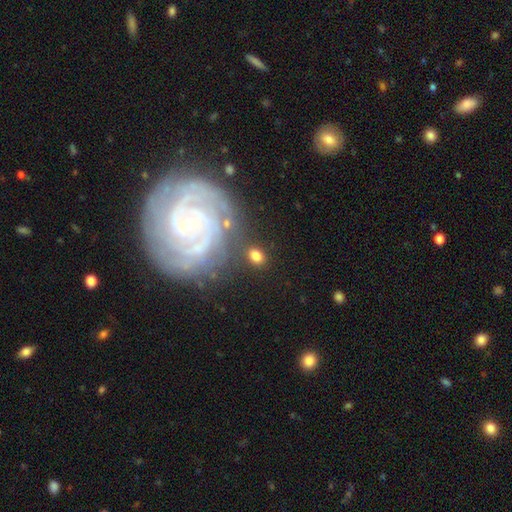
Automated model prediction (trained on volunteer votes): A smooth galaxy with no disk features (73%) that is in between round and cigar-shaped (57%). Merging: none (76%).